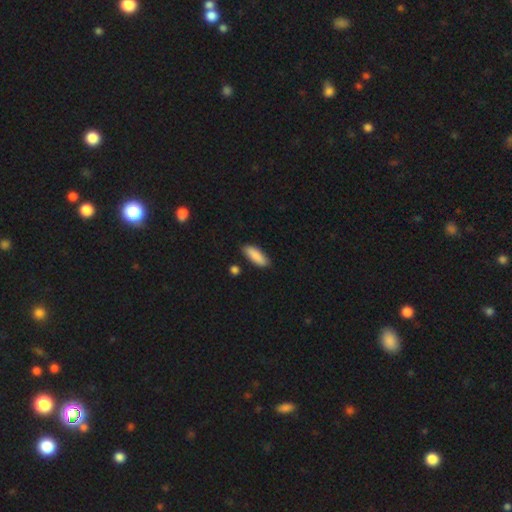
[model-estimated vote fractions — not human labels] A smooth galaxy with no disk features (87%) that is in between round and cigar-shaped (61%). Merging: none (82%).